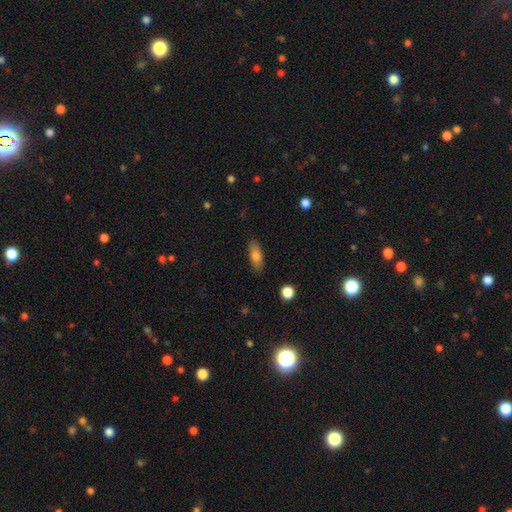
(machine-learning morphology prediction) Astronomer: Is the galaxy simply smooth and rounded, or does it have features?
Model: smooth — 76%.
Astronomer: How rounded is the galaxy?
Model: in between — 69%.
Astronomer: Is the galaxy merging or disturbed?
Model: none — 87%.